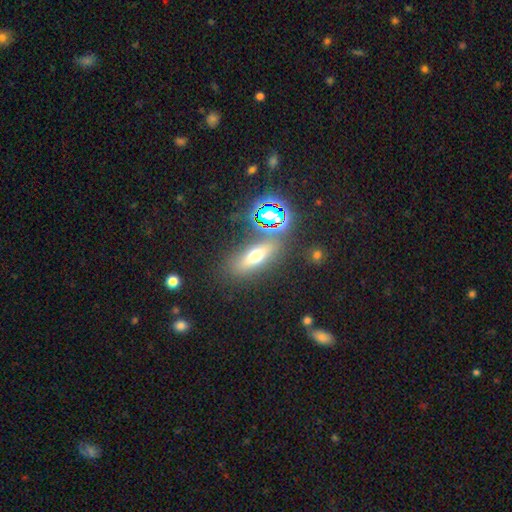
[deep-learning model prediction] Smooth or featured? smooth (51%)
How rounded? in between (50%)
Merging? none (78%)